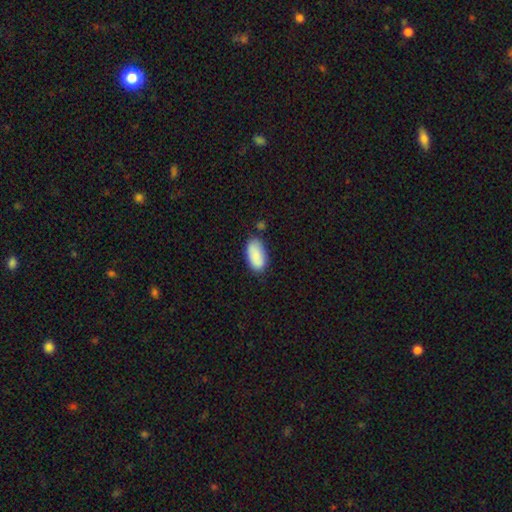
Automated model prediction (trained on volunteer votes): smooth-or-featured: smooth: 85% | featured or disk: 8% | star or artifact: 6%
  how-rounded: in between: 94% | cigar-shaped: 3% | round: 3%
  merging: none: 73% | minor disturbance: 19% | merger: 4% | major disturbance: 4%